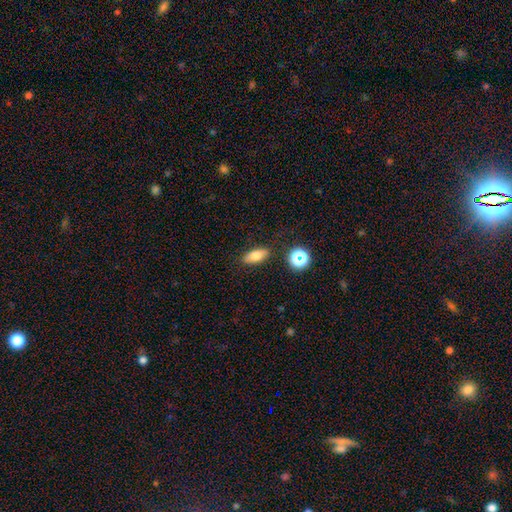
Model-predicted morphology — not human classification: A smooth galaxy with no disk features (73%) that is in between round and cigar-shaped (75%).

Vote fractions:
- Smooth or featured? smooth: 73% / featured or disk: 16% / star or artifact: 11%
- How rounded? in between: 75% / cigar-shaped: 18% / round: 7%
- Merging? none: 85% / minor disturbance: 10% / merger: 3% / major disturbance: 3%